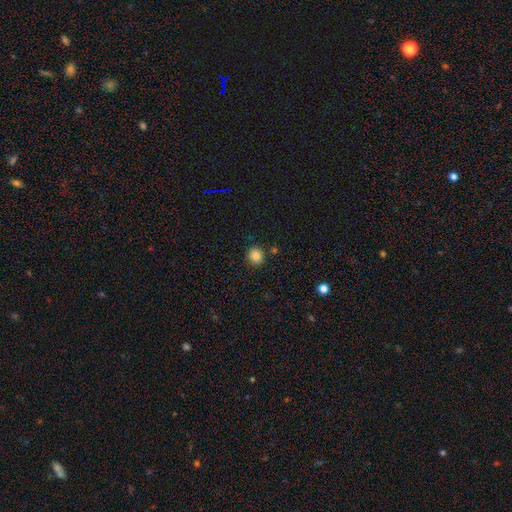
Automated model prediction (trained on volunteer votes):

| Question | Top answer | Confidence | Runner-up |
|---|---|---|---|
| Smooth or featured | smooth | 84% | star or artifact (11%) |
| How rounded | round | 86% | in between (13%) |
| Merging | none | 86% | minor disturbance (8%) |